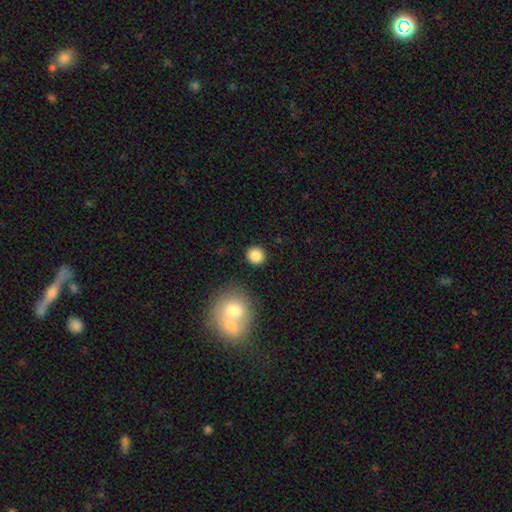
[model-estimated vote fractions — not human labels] smooth 86%, star or artifact 10%, featured or disk 4%. Down the decision tree: how rounded — round (92%); merging — none (88%).